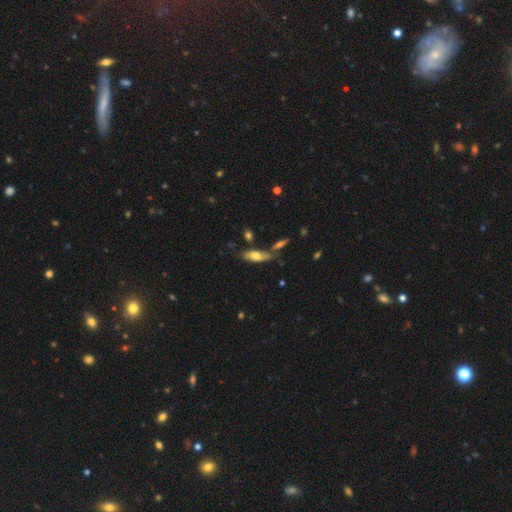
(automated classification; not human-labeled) Smooth or featured: smooth — 60% (featured or disk — 32%)
How rounded: in between — 65% (cigar-shaped — 33%)
Merging: none — 60% (minor disturbance — 18%)